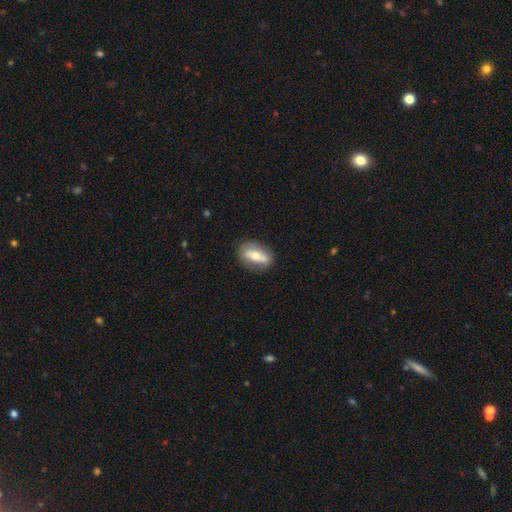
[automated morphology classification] This appears to be a smooth galaxy with no disk features (48%). Merging: none (77%).